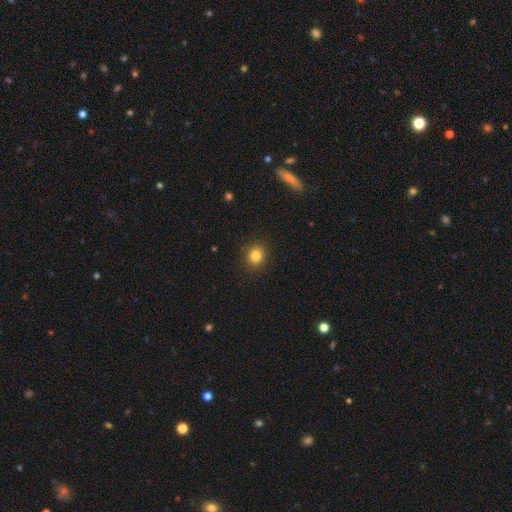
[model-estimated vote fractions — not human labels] A smooth galaxy with no disk features (83%) that is round (79%).

Vote fractions:
- Smooth or featured? smooth: 83% / star or artifact: 12% / featured or disk: 6%
- How rounded? round: 79% / in between: 20% / cigar-shaped: 1%
- Merging? none: 91% / minor disturbance: 6% / major disturbance: 2% / merger: 1%